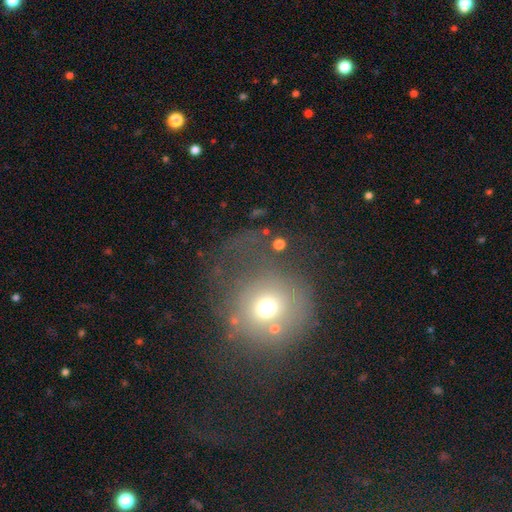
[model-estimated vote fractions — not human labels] Smooth or featured?
  - smooth: 54% *
  - star or artifact: 26%
  - featured or disk: 20%
How rounded?
  - round: 88% *
  - in between: 10%
  - cigar-shaped: 1%
Merging?
  - none: 44% *
  - major disturbance: 29%
  - minor disturbance: 18%
  - merger: 10%